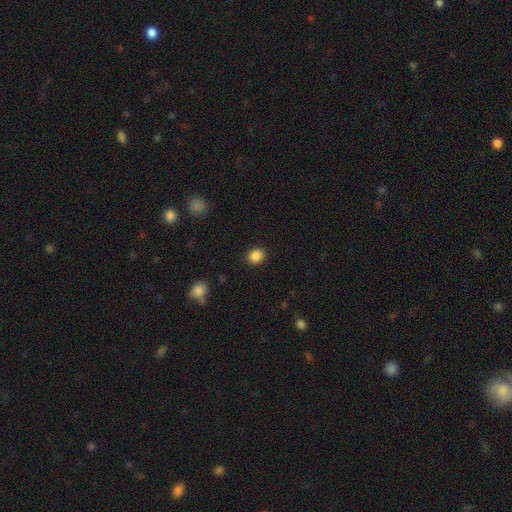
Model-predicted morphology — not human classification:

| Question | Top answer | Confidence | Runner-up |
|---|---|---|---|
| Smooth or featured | smooth | 87% | star or artifact (10%) |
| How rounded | round | 71% | in between (28%) |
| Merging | none | 90% | minor disturbance (7%) |